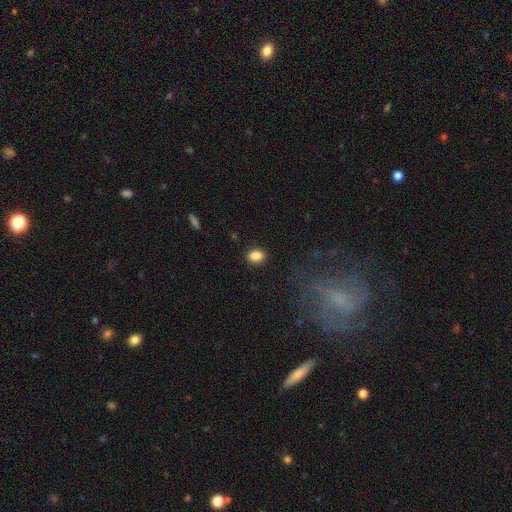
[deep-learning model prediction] This appears to be a smooth galaxy with no disk features (87%) that is in between round and cigar-shaped (68%). Merging: none (87%).